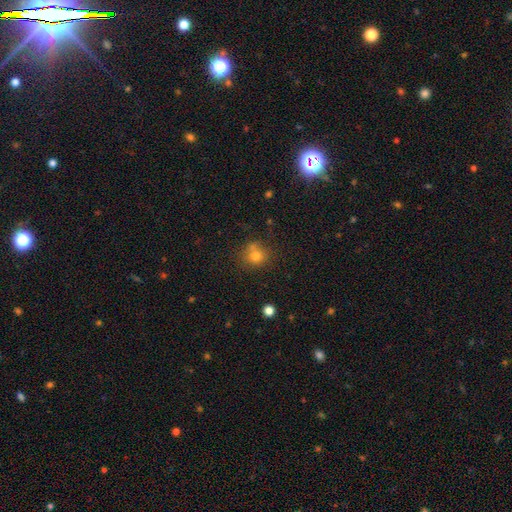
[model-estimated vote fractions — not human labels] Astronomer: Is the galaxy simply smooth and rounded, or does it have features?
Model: smooth — 75%.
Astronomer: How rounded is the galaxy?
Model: round — 81%.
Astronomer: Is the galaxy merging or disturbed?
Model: none — 62%.